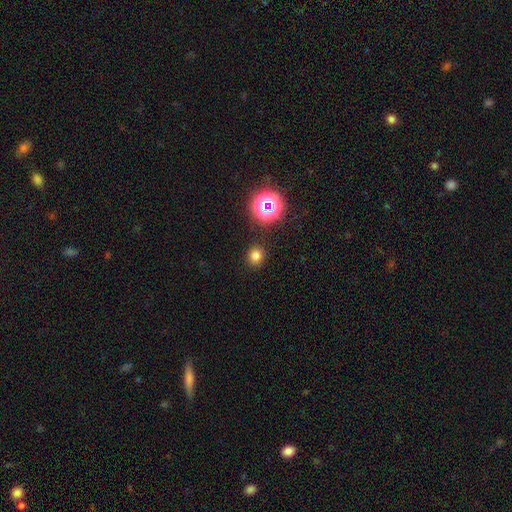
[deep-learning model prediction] smooth-or-featured: smooth: 73% | star or artifact: 21% | featured or disk: 6%
  how-rounded: round: 85% | in between: 15% | cigar-shaped: 1%
  merging: none: 89% | minor disturbance: 6% | major disturbance: 2% | merger: 2%